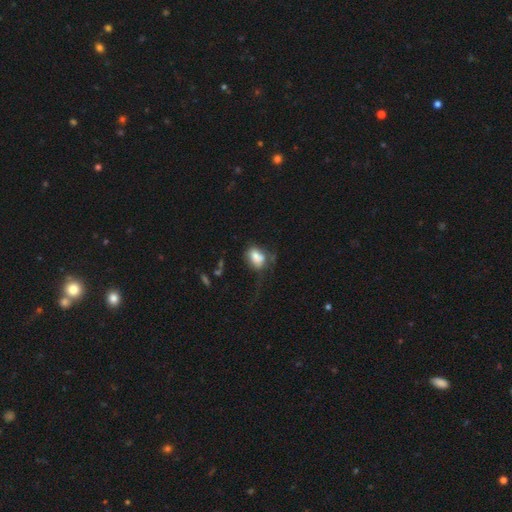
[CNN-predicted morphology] Smooth or featured: smooth — 72% (featured or disk — 18%)
How rounded: in between — 71% (round — 28%)
Merging: major disturbance — 30% (tied with none — 30%)